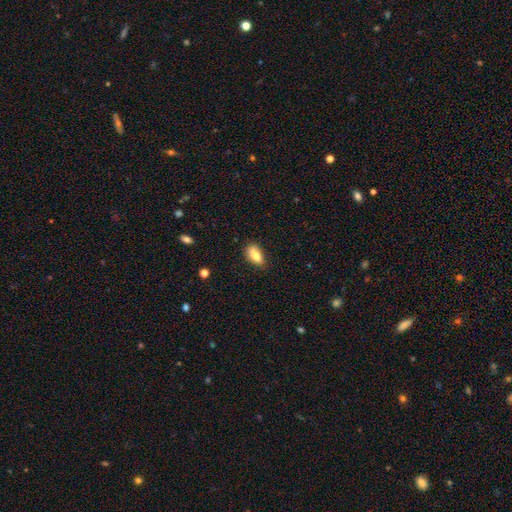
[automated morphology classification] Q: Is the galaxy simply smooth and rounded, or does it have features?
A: smooth — 71%.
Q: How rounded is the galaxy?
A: in between — 82%.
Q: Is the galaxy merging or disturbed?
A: none — 52%.